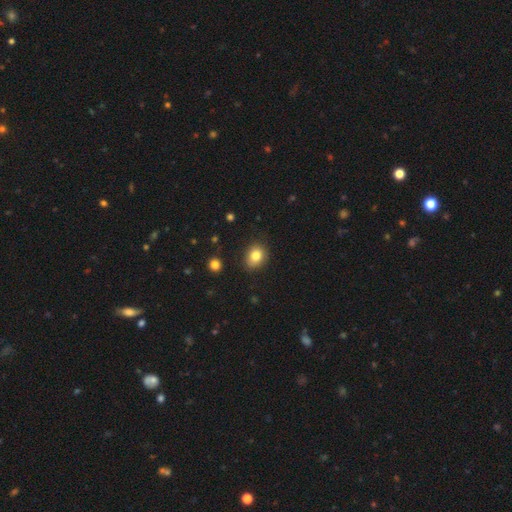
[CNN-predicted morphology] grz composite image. It shows a smooth galaxy with no disk features (82%) that is round (52%). Merging: none (82%).